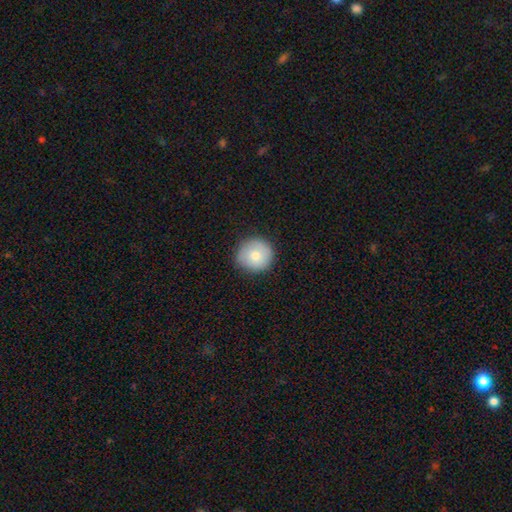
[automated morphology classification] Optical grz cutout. It shows a smooth galaxy with no disk features (77%) that is round (93%). Merging: none (84%).